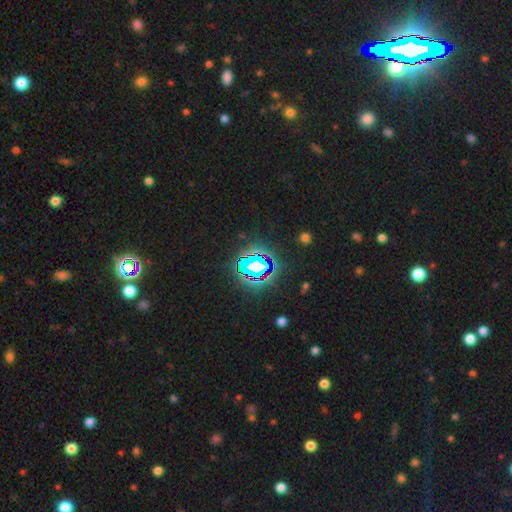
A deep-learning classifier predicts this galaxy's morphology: type=star or artifact (81%).